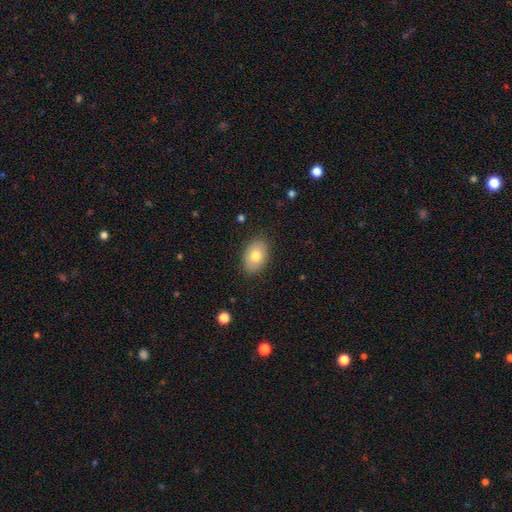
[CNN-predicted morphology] smooth_or_featured: smooth (p=0.77) [alt: featured or disk p=0.15]
how_rounded: in between (p=0.85) [alt: round p=0.14]
merging: none (p=0.86) [alt: minor disturbance p=0.11]